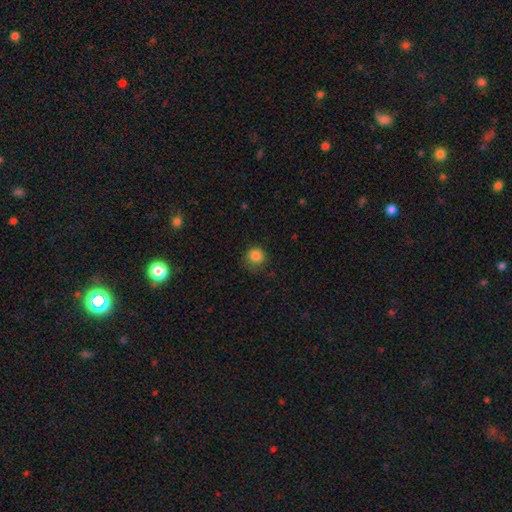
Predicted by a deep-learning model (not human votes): This is clearly a smooth galaxy (84%). How rounded: clearly round (88%). Merging: likely none (73%).